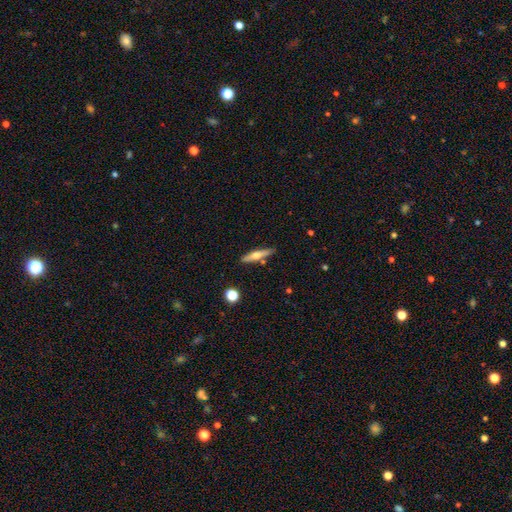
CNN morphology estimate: This appears to be a featured or disk galaxy (57%) viewed edge-on (95%) with a rounded central bulge (91%). Merging: none (86%).